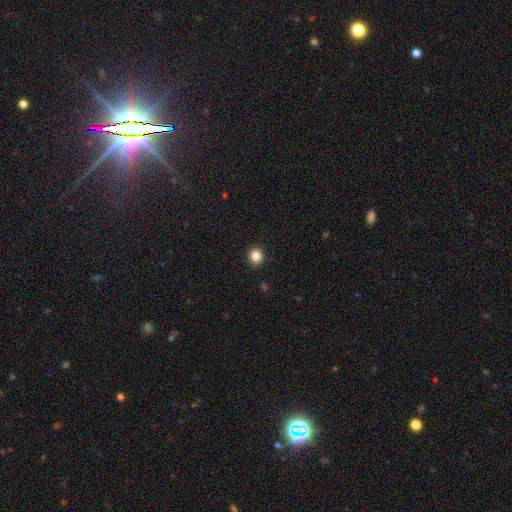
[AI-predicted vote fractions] Smooth or featured? smooth (84%)
How rounded? round (88%)
Merging? none (92%)